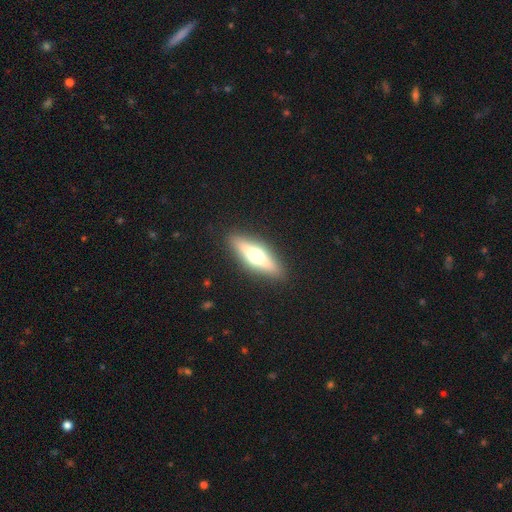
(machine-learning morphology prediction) Smooth or featured? featured or disk (57%)
Edge-on disk? yes (91%)
Edge-on bulge? rounded (95%)
Merging? none (89%)